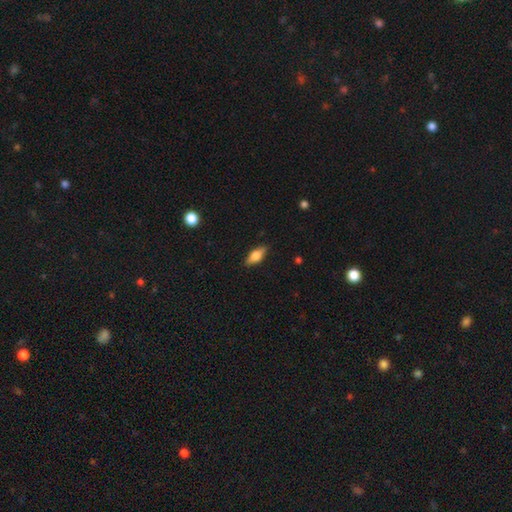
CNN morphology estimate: A smooth galaxy with no disk features (65%) that is in between round and cigar-shaped (77%). Merging: none (86%).